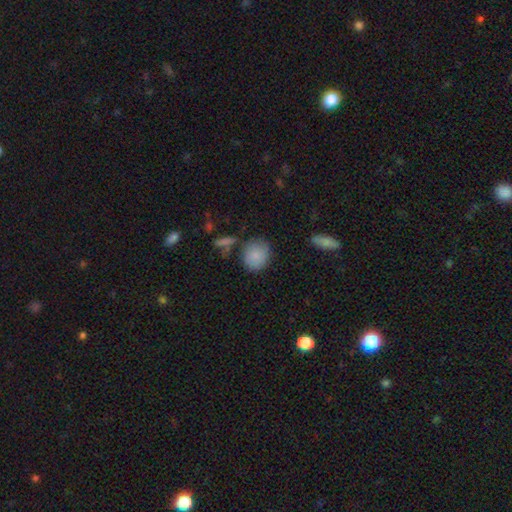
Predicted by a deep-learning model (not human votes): Smooth or featured: smooth — 87% (star or artifact — 7%)
How rounded: round — 75% (in between — 24%)
Merging: none — 71% (minor disturbance — 17%)